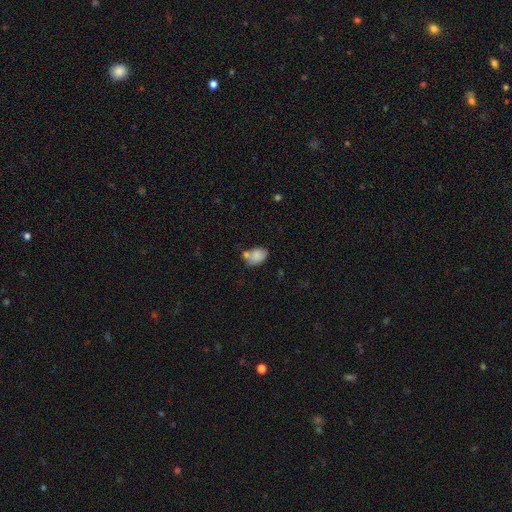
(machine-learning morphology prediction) Overall: smooth (81%). How rounded: in between (76%). Merging: none (42%; merger 32%).